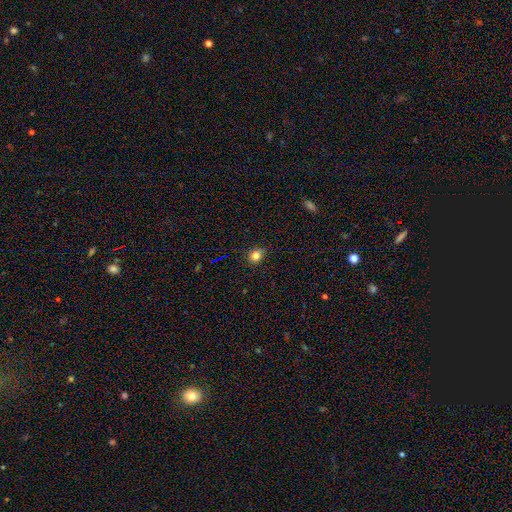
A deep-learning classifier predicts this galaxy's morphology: Smooth or featured: smooth — 80% (star or artifact — 14%)
How rounded: round — 69% (in between — 30%)
Merging: none — 86% (minor disturbance — 11%)